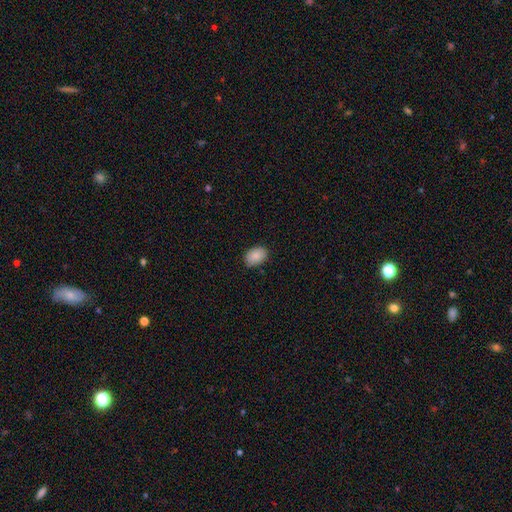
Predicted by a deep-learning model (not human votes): Overall: smooth (88%). How rounded: in between (84%). Merging: none (85%).